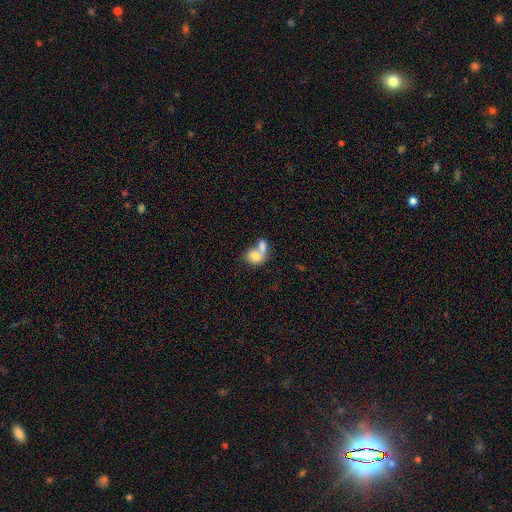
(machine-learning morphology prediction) Smooth or featured? smooth (75%)
How rounded? in between (60%)
Merging? merger (70%)